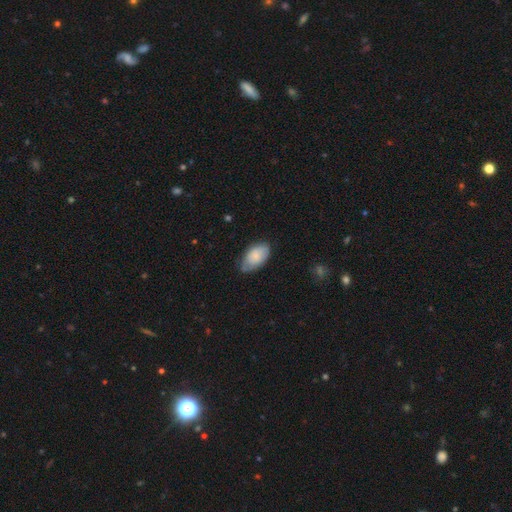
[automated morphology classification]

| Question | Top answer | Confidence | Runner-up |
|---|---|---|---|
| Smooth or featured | smooth | 76% | featured or disk (18%) |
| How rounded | in between | 94% | round (4%) |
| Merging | none | 61% | minor disturbance (31%) |